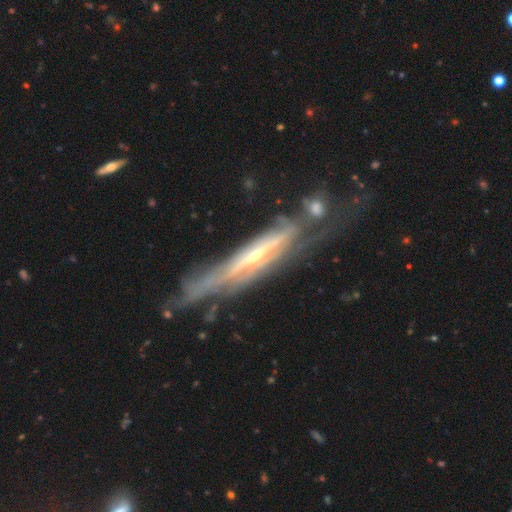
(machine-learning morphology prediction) smooth_or_featured: featured or disk (p=0.83) [alt: smooth p=0.10]
disk_edge_on: yes (p=0.68) [alt: no p=0.32]
edge_on_bulge: rounded (p=0.50) [alt: none p=0.42]
merging: none (p=0.48) [alt: minor disturbance p=0.25]